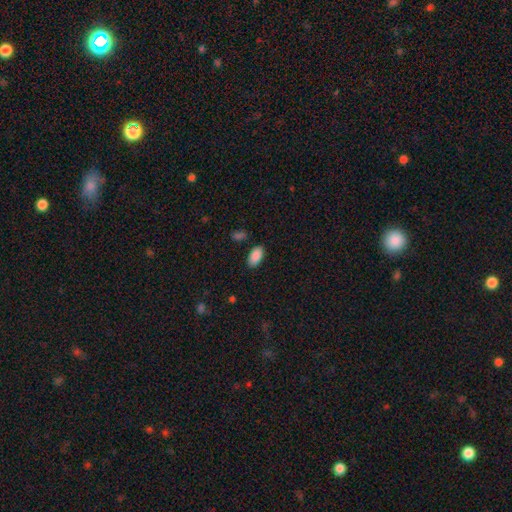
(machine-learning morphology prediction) smooth-or-featured: smooth: 89% | star or artifact: 7% | featured or disk: 4%
  how-rounded: in between: 94% | round: 3% | cigar-shaped: 3%
  merging: none: 86% | minor disturbance: 9% | major disturbance: 2% | merger: 2%